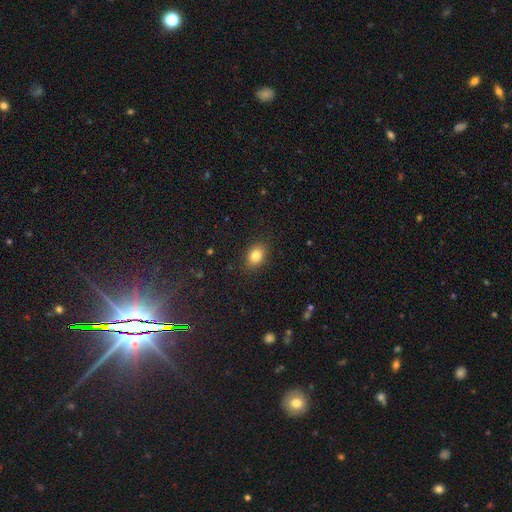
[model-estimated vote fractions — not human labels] smooth 83%, star or artifact 10%, featured or disk 8%. Down the decision tree: how rounded — in between (73%); merging — none (87%).